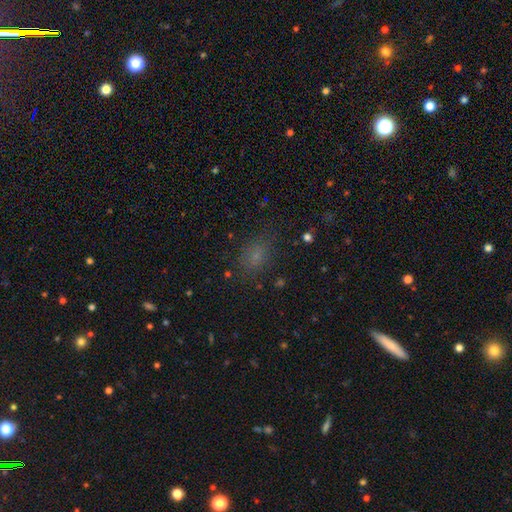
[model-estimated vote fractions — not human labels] Smooth or featured? Predicted: smooth (p=0.67). How rounded? Predicted: in between (p=0.68). Merging? Predicted: none (p=0.76).